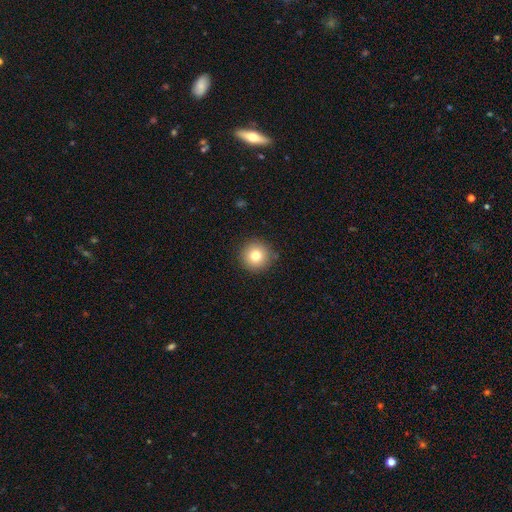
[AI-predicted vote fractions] smooth-or-featured: smooth: 79% | star or artifact: 11% | featured or disk: 10%
  how-rounded: round: 96% | in between: 4% | cigar-shaped: 1%
  merging: none: 89% | minor disturbance: 7% | major disturbance: 2% | merger: 1%